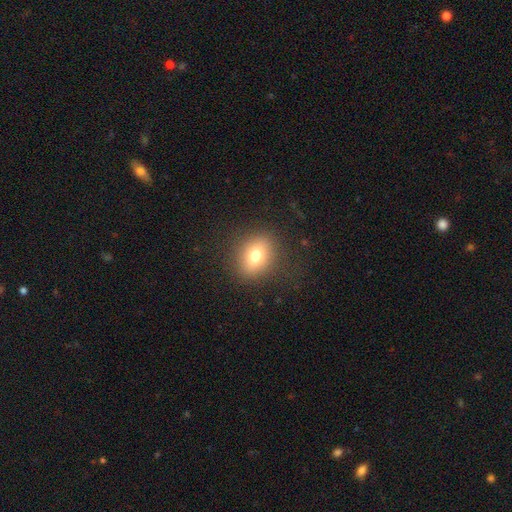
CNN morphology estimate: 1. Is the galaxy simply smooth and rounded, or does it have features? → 74% smooth, 14% featured or disk, 12% star or artifact.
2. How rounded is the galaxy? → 51% round, 47% in between, 1% cigar-shaped.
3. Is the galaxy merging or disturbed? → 86% none, 9% minor disturbance, 4% major disturbance, 1% merger.